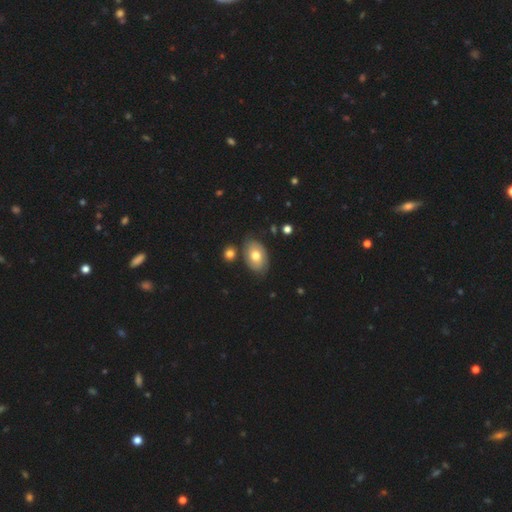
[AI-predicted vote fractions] Smooth or featured? smooth (59%)
How rounded? in between (85%)
Merging? none (76%)